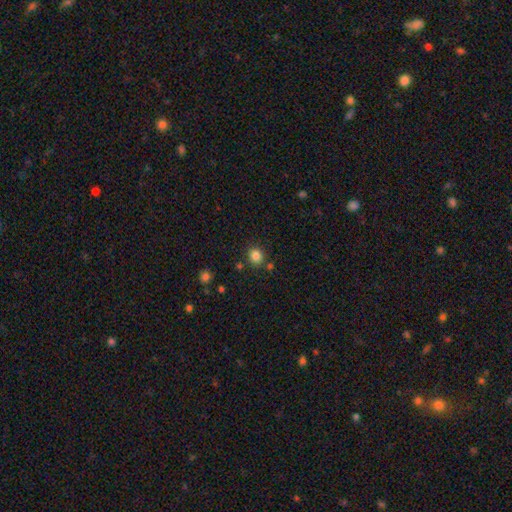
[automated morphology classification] Smooth or featured? smooth (83%)
How rounded? round (74%)
Merging? none (80%)